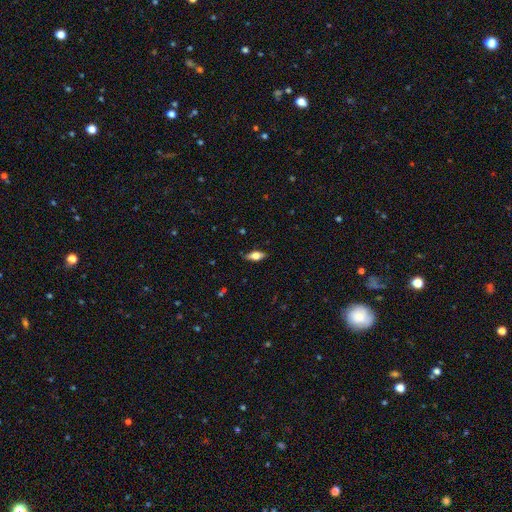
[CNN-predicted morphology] Overall: smooth (59%; featured or disk 34%). How rounded: in between (78%). Merging: none (84%).